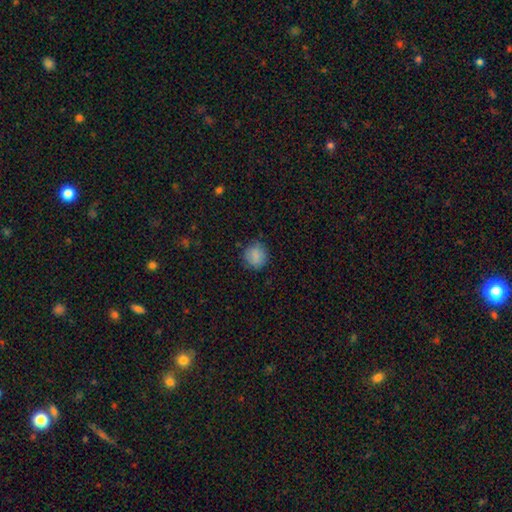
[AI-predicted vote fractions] smooth 85%, star or artifact 9%, featured or disk 6%. Down the decision tree: how rounded — round (85%); merging — none (80%).